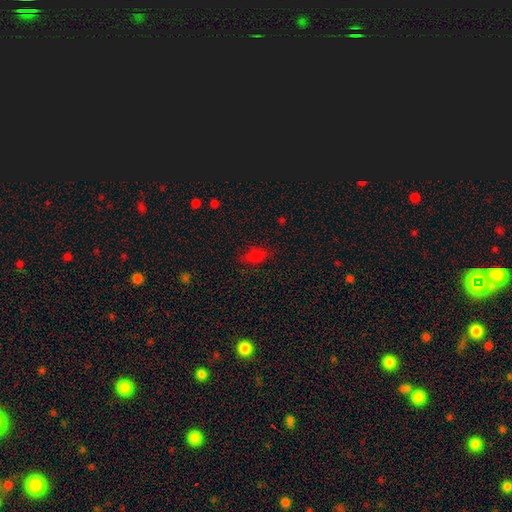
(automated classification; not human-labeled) Smooth or featured? Predicted: smooth (p=0.71). How rounded? Predicted: in between (p=0.81). Merging? Predicted: none (p=0.80).